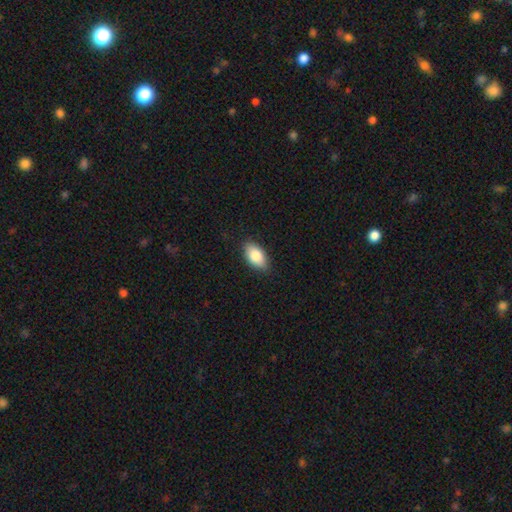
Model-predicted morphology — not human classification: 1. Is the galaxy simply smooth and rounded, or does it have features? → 83% smooth, 10% featured or disk, 7% star or artifact.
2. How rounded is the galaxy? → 93% in between, 5% round, 3% cigar-shaped.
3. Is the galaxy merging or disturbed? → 85% none, 12% minor disturbance, 2% major disturbance, 1% merger.